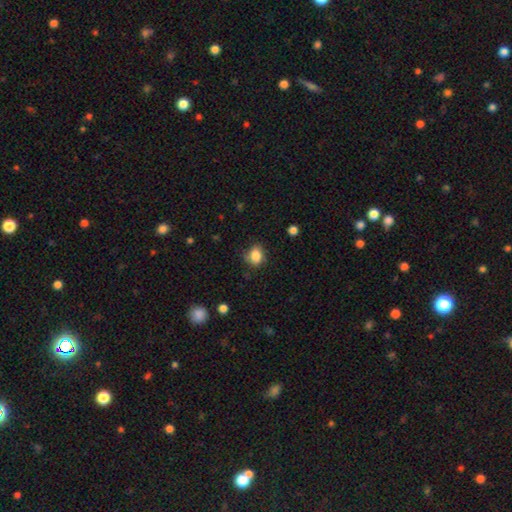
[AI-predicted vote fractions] Smooth or featured? Predicted: smooth (p=0.84). How rounded? Predicted: in between (p=0.59). Merging? Predicted: none (p=0.69).